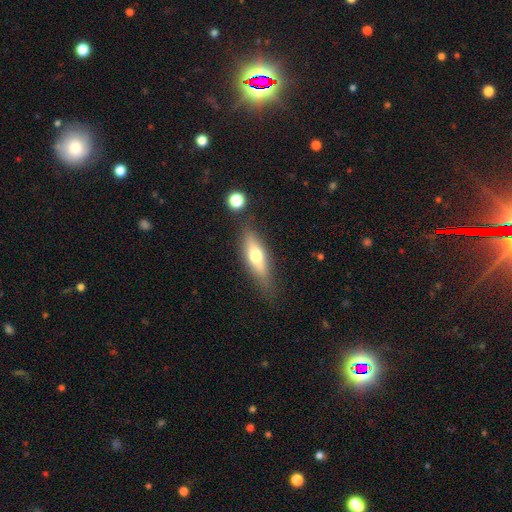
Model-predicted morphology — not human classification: This is possibly a smooth galaxy (56%). How rounded: possibly cigar-shaped (54%). Merging: likely none (77%).